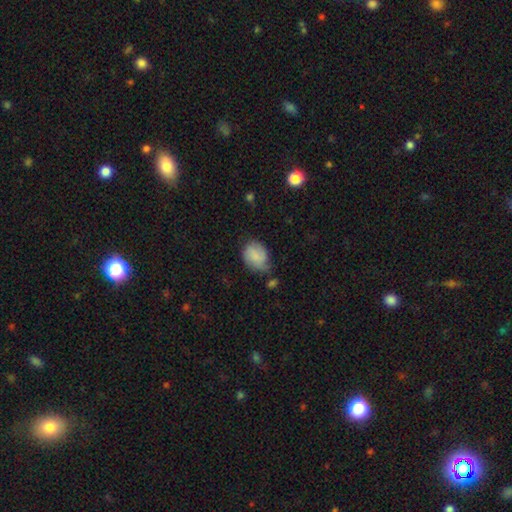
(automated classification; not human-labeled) Q: Smooth or featured?
A: smooth (75%); runner-up: featured or disk (18%)
Q: How rounded?
A: in between (59%); runner-up: round (40%)
Q: Merging?
A: none (53%); runner-up: minor disturbance (33%)